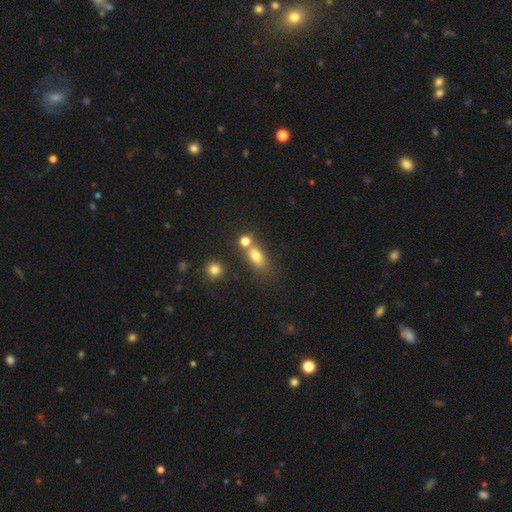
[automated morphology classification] smooth-or-featured: smooth: 75% | star or artifact: 13% | featured or disk: 12%
  how-rounded: in between: 71% | round: 21% | cigar-shaped: 7%
  merging: none: 50% | merger: 32% | minor disturbance: 12% | major disturbance: 5%